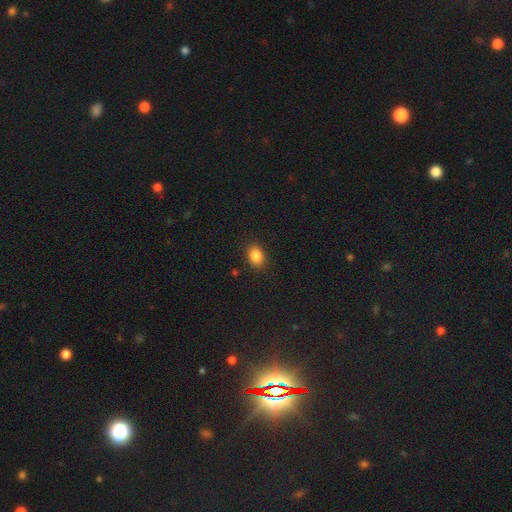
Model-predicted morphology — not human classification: smooth-or-featured: smooth: 86% | star or artifact: 9% | featured or disk: 5%
  how-rounded: in between: 70% | round: 29% | cigar-shaped: 1%
  merging: none: 88% | minor disturbance: 9% | major disturbance: 2% | merger: 1%